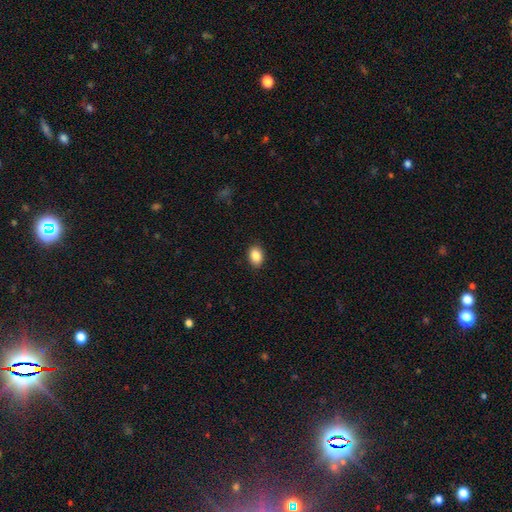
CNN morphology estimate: Smooth or featured?
  - smooth: 88% *
  - star or artifact: 8%
  - featured or disk: 4%
How rounded?
  - in between: 81% *
  - round: 18%
  - cigar-shaped: 1%
Merging?
  - none: 89% *
  - minor disturbance: 8%
  - major disturbance: 2%
  - merger: 1%